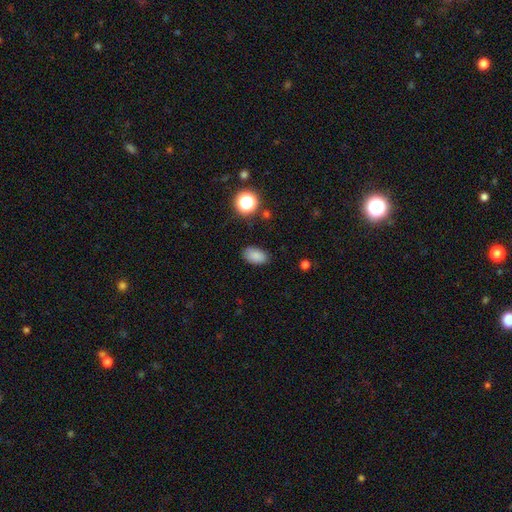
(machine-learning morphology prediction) This is clearly a smooth galaxy (84%). How rounded: clearly in between (90%). Merging: clearly none (85%).